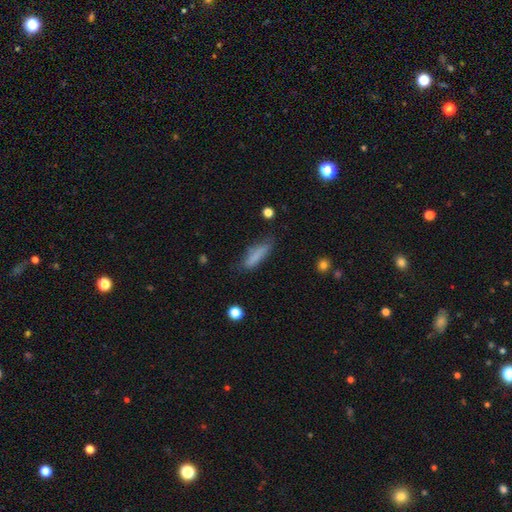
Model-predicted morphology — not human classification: This is likely a smooth galaxy (79%). How rounded: likely cigar-shaped (69%). Merging: likely none (69%).